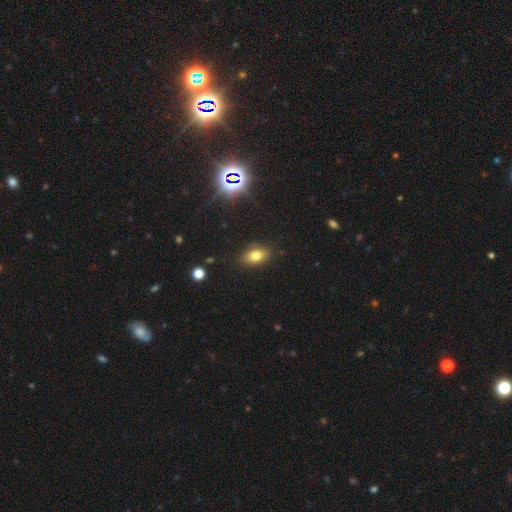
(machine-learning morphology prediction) A smooth galaxy with no disk features (75%) that is in between round and cigar-shaped (84%).

Vote fractions:
- Smooth or featured? smooth: 75% / star or artifact: 14% / featured or disk: 11%
- How rounded? in between: 84% / round: 14% / cigar-shaped: 2%
- Merging? none: 86% / minor disturbance: 10% / major disturbance: 2% / merger: 1%